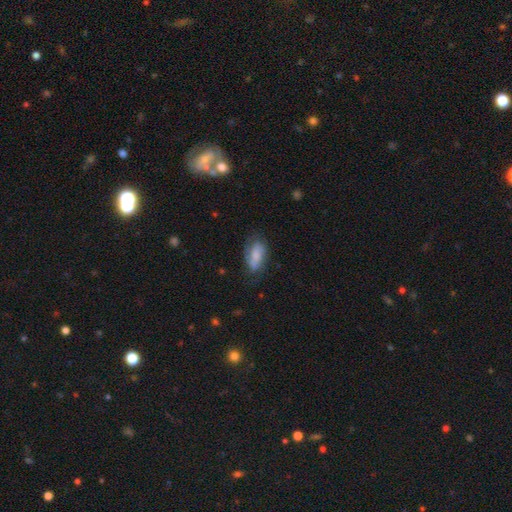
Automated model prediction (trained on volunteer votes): Smooth or featured?
  - smooth: 63% *
  - featured or disk: 30%
  - star or artifact: 7%
How rounded?
  - in between: 85% *
  - cigar-shaped: 11%
  - round: 4%
Merging?
  - none: 59% *
  - minor disturbance: 27%
  - major disturbance: 11%
  - merger: 2%